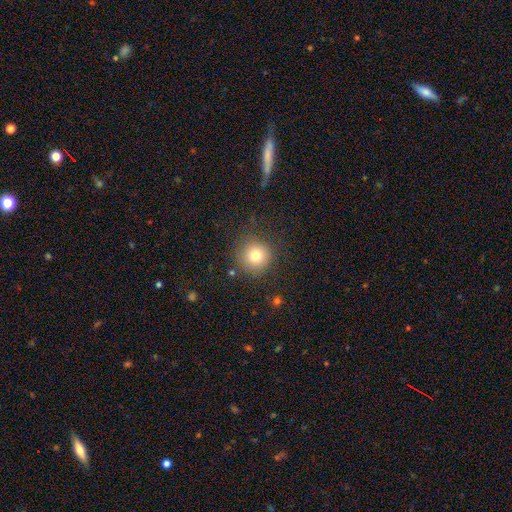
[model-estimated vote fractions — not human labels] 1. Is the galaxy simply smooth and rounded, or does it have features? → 77% smooth, 13% star or artifact, 10% featured or disk.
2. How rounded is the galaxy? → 94% round, 5% in between, 1% cigar-shaped.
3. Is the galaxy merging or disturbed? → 84% none, 10% minor disturbance, 4% major disturbance, 2% merger.